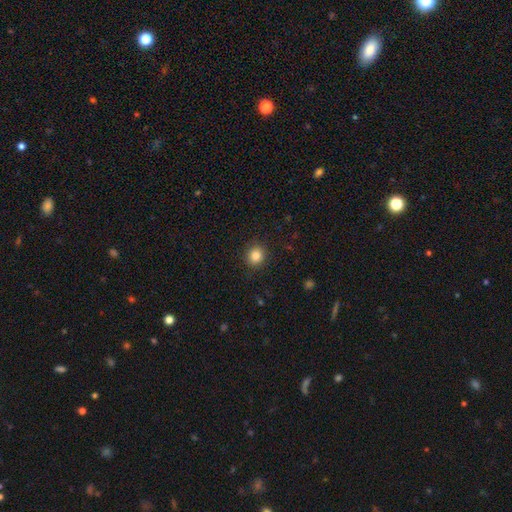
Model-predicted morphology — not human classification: type=smooth (84%); roundness=round (86%); merging=none (90%).